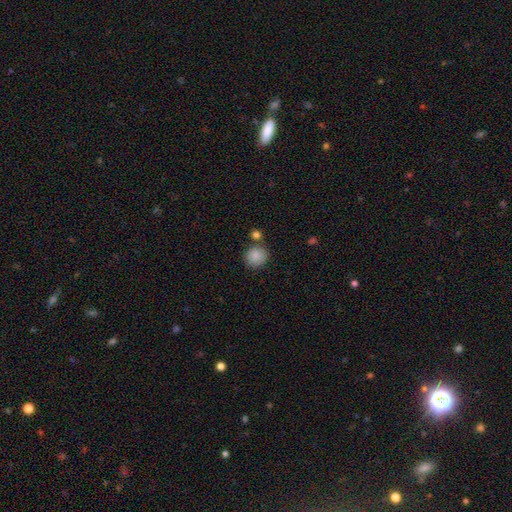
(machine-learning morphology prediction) A smooth galaxy with no disk features (87%) that is round (90%). Merging: none (76%).